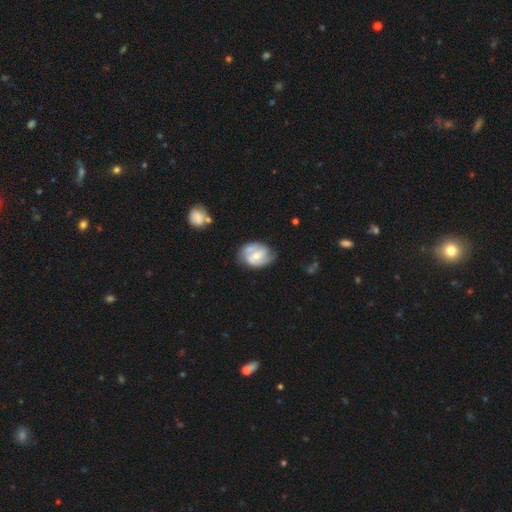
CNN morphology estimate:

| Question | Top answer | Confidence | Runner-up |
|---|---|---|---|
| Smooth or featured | featured or disk | 72% | smooth (22%) |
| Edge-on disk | no | 97% | yes (3%) |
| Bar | weak | 45% | no (34%) |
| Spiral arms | yes | 88% | no (12%) |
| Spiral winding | medium | 45% | tight (35%) |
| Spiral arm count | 2 | 77% | can't tell (12%) |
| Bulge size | moderate | 46% | tied: small (46%) |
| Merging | none | 60% | minor disturbance (23%) |